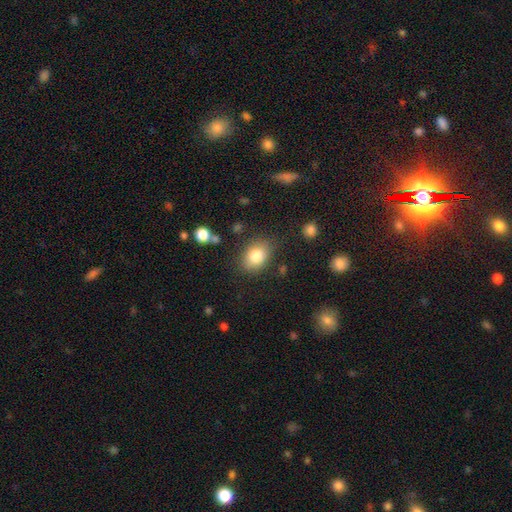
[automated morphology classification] This appears to be a smooth galaxy with no disk features (82%) that is in between round and cigar-shaped (72%). Merging: none (78%).